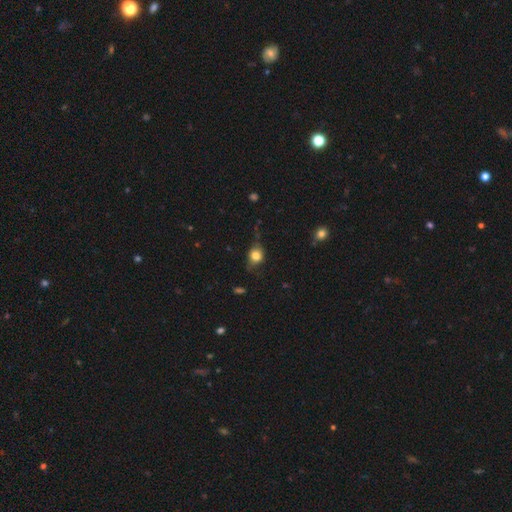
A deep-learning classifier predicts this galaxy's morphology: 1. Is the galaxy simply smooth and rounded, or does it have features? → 74% smooth, 15% featured or disk, 10% star or artifact.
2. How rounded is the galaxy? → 55% round, 43% in between, 2% cigar-shaped.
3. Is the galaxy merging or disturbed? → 61% none, 28% minor disturbance, 9% major disturbance, 2% merger.